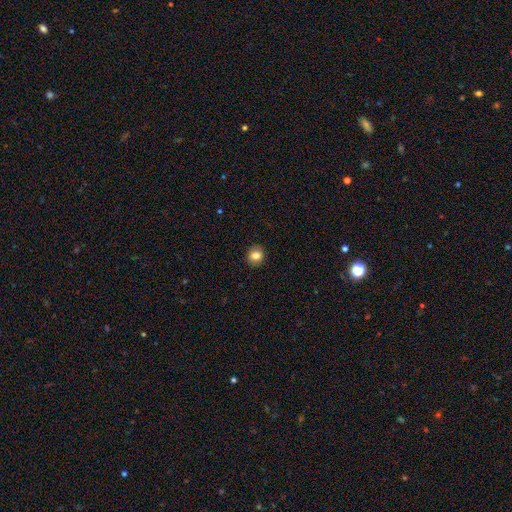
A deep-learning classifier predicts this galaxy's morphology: Overall: smooth (83%). How rounded: round (87%). Merging: none (92%).